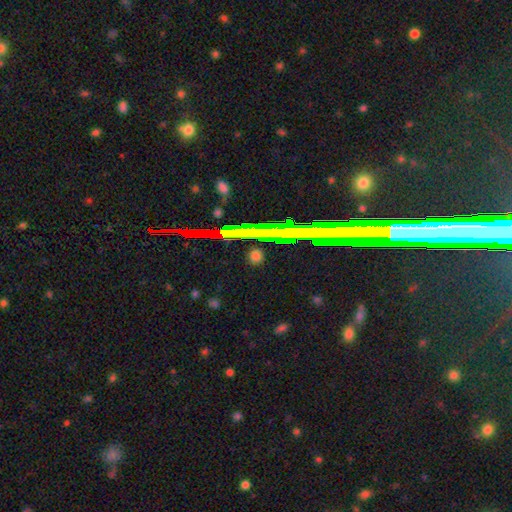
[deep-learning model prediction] Smooth or featured: smooth — 45% (star or artifact — 43%)
Merging: none — 87% (minor disturbance — 8%)